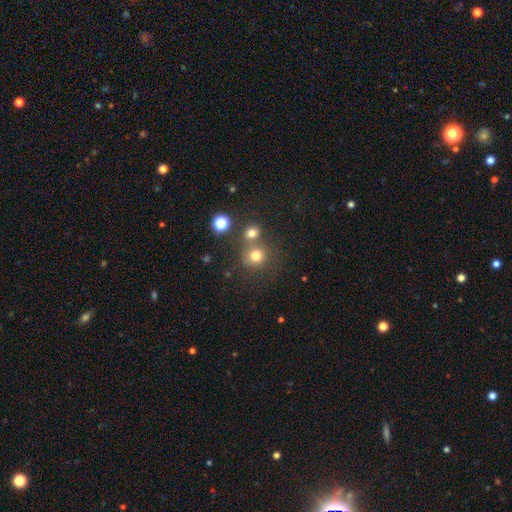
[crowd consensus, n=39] Q: Smooth or featured?
A: smooth (79%); runner-up: featured or disk (10%)
Q: How rounded?
A: round (87%); runner-up: in between (13%)
Q: Merging?
A: none (63%); runner-up: merger (17%)